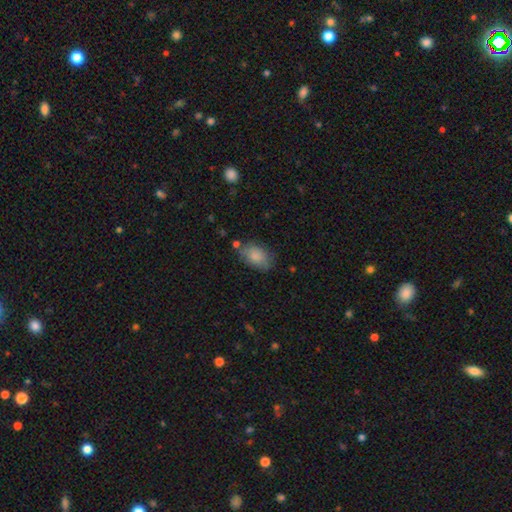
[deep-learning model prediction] A smooth galaxy with no disk features (84%) that is in between round and cigar-shaped (86%). Merging: none (67%).